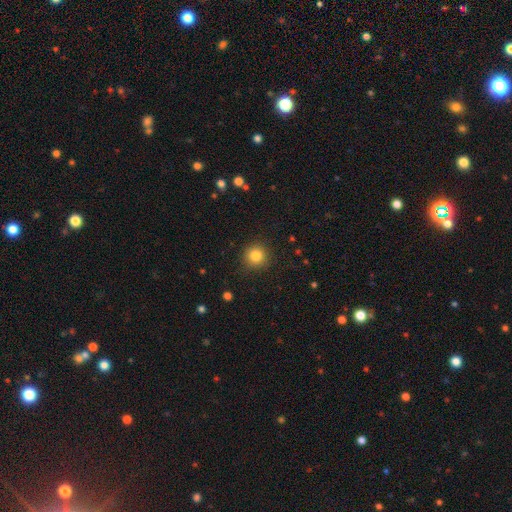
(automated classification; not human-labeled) Q: Smooth or featured?
A: smooth (83%); runner-up: star or artifact (12%)
Q: How rounded?
A: round (94%); runner-up: in between (5%)
Q: Merging?
A: none (90%); runner-up: minor disturbance (7%)